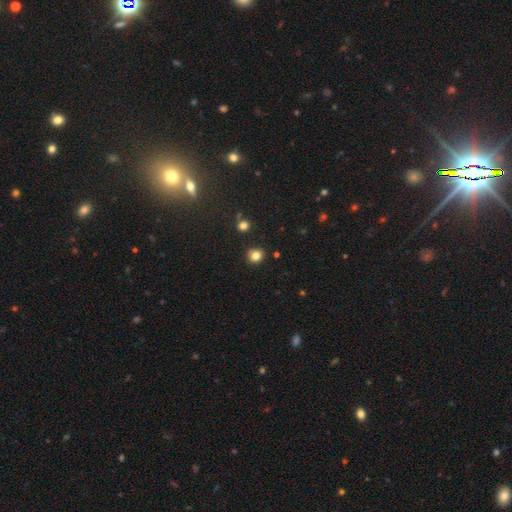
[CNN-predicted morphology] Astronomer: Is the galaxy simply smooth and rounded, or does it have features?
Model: smooth — 81%.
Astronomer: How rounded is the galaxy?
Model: round — 86%.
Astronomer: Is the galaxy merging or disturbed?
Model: none — 86%.